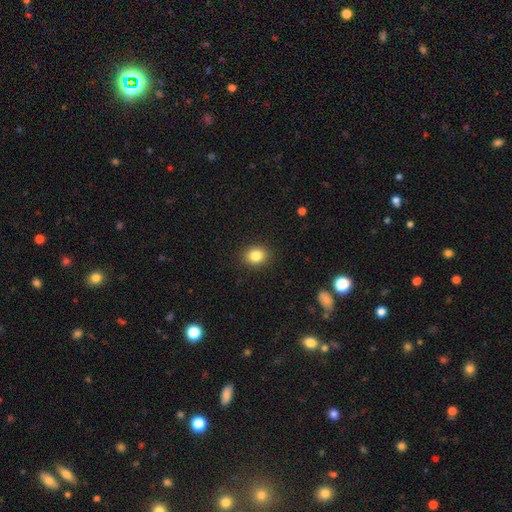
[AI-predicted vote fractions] Overall: smooth (84%). How rounded: round (63%; in between 36%). Merging: none (90%).